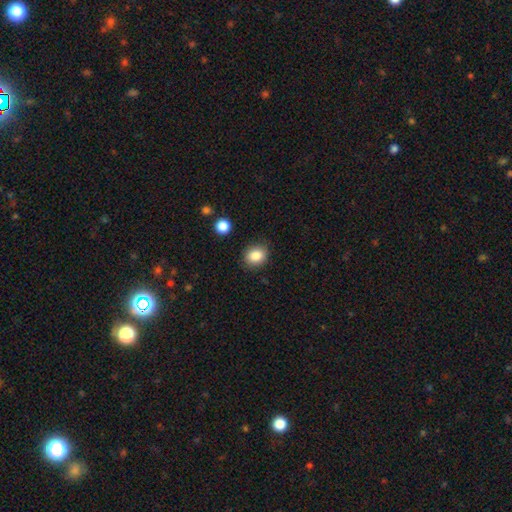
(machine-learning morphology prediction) smooth 85%, star or artifact 9%, featured or disk 6%. Down the decision tree: how rounded — round (60%); merging — none (86%).